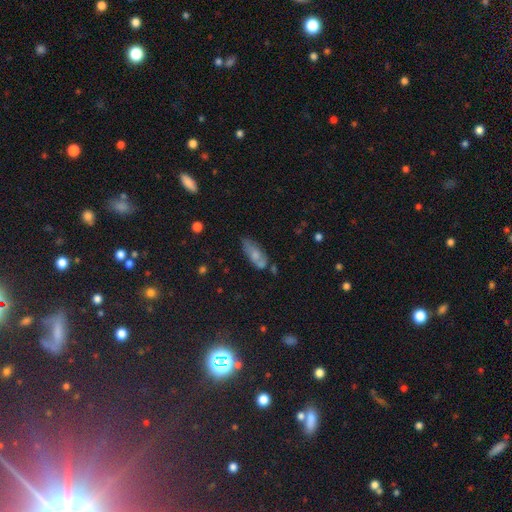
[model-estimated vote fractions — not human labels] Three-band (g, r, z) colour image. It shows a smooth galaxy with no disk features (62%) that is in between round and cigar-shaped (78%). Merging: none (50%).